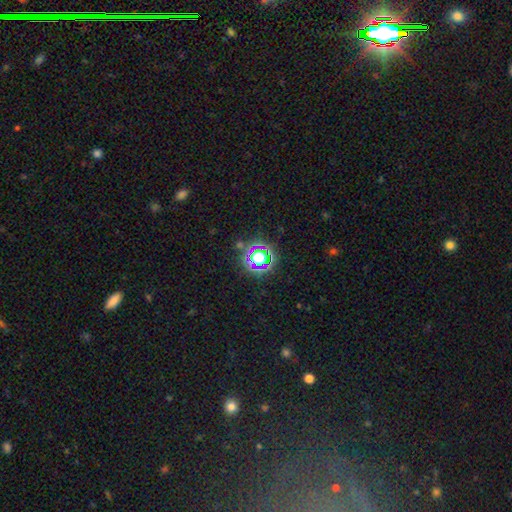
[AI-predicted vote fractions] This is likely a star or artifact rather than a galaxy (62%).